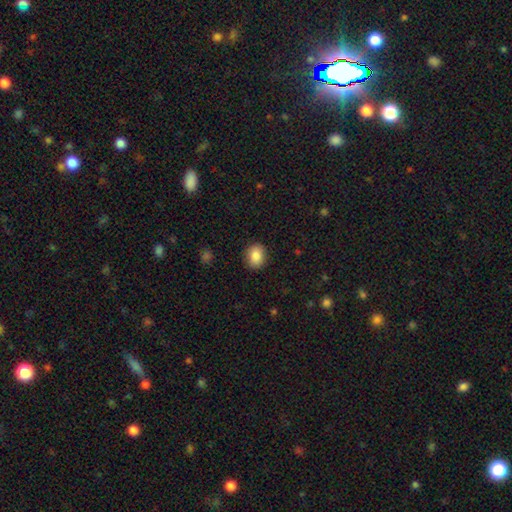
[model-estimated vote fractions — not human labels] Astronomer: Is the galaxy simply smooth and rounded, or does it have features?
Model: smooth — 86%.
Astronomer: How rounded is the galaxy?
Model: in between — 54% (runner-up: round, 45%).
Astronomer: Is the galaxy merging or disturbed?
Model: none — 88%.